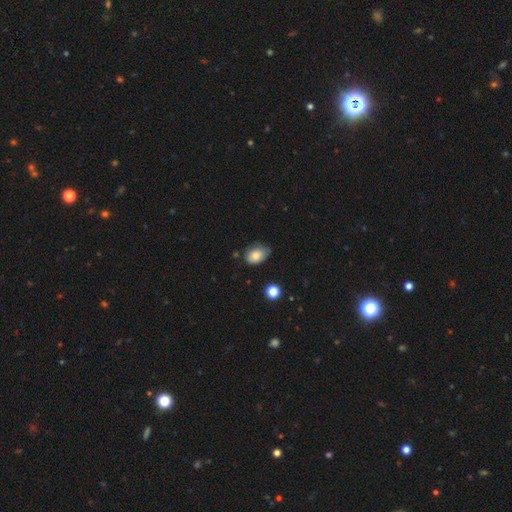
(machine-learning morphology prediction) This appears to be a smooth galaxy with no disk features (76%) that is in between round and cigar-shaped (82%). Merging: none (54%).